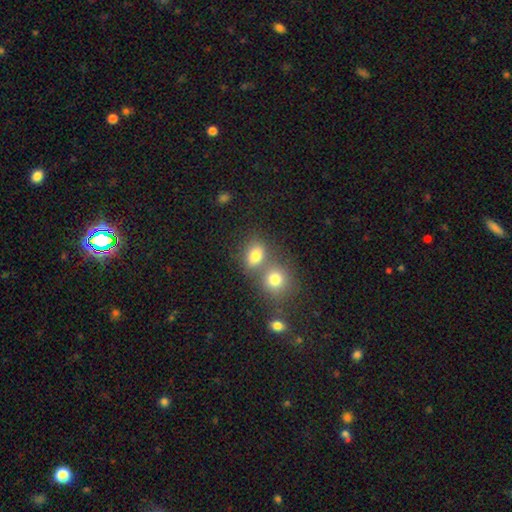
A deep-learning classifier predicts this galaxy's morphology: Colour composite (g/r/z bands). It shows a smooth galaxy with no disk features (78%) that is in between round and cigar-shaped (59%). Merging: none (48%).